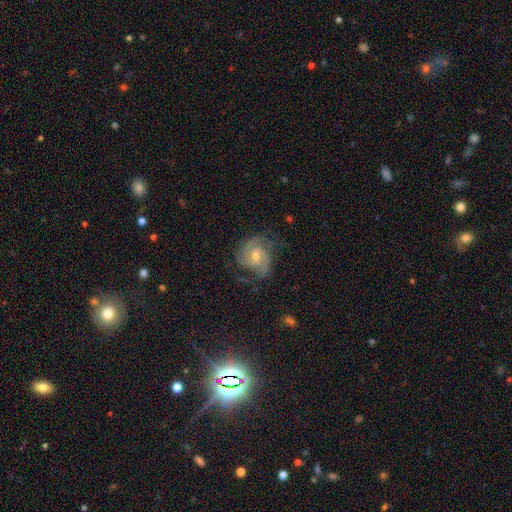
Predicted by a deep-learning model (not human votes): A featured or disk galaxy (82%) with a weak bar (46%), 2 (46%) medium (45%) spiral arms (95%) and a moderate central bulge (52%).

Vote fractions:
- Smooth or featured? featured or disk: 82% / smooth: 12% / star or artifact: 6%
- Edge-on disk? no: 98% / yes: 2%
- Bar? weak: 46% / no: 45% / strong: 9%
- Spiral arms? yes: 95% / no: 5%
- Spiral winding? medium: 45% / tight: 41% / loose: 14%
- Spiral arm count? 2: 46% / 3: 26% / can't tell: 15% / 1: 5% / 4: 5% / more than 4: 4%
- Bulge size? moderate: 52% / small: 44% / large: 2% / none: 2% / dominant: 1%
- Merging? none: 63% / minor disturbance: 22% / major disturbance: 13% / merger: 1%